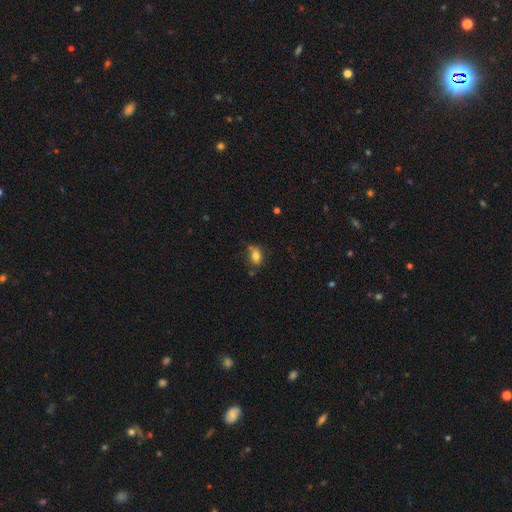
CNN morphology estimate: Q: Smooth or featured?
A: smooth (77%); runner-up: featured or disk (12%)
Q: How rounded?
A: in between (79%); runner-up: round (18%)
Q: Merging?
A: none (56%); runner-up: minor disturbance (28%)